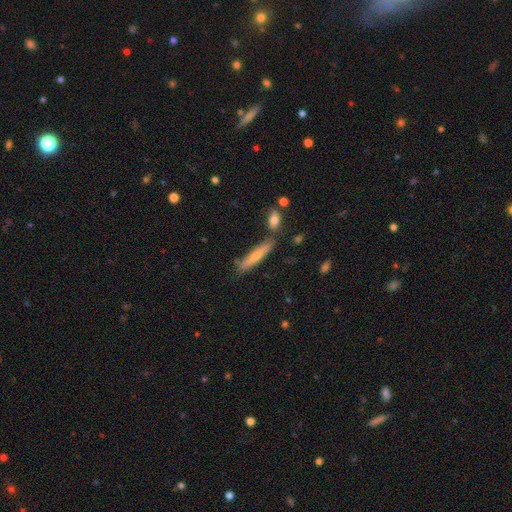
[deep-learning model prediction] Smooth or featured: smooth — 52% (featured or disk — 40%)
How rounded: cigar-shaped — 89% (in between — 10%)
Merging: none — 78% (minor disturbance — 13%)